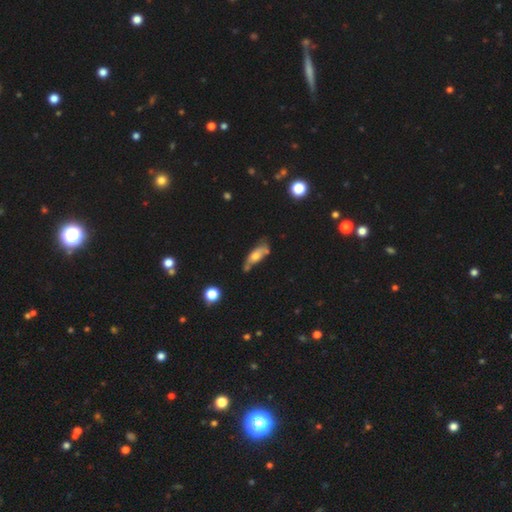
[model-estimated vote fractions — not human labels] A smooth galaxy with no disk features (54%) that is in between round and cigar-shaped (62%).

Vote fractions:
- Smooth or featured? smooth: 54% / featured or disk: 37% / star or artifact: 9%
- How rounded? in between: 62% / cigar-shaped: 34% / round: 4%
- Merging? none: 44% / minor disturbance: 30% / merger: 14% / major disturbance: 12%